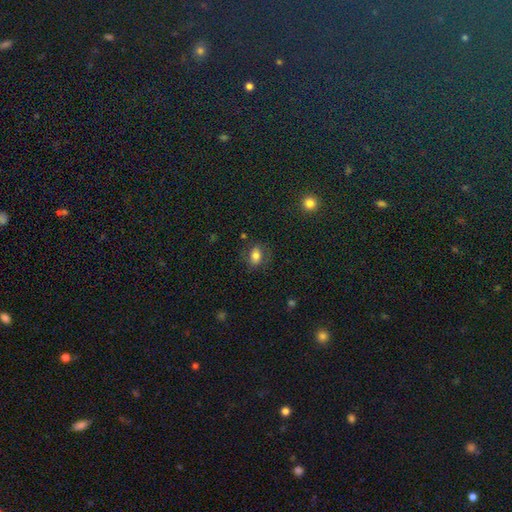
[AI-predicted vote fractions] smooth_or_featured: smooth (p=0.75) [alt: featured or disk p=0.14]
how_rounded: in between (p=0.74) [alt: round p=0.24]
merging: none (p=0.73) [alt: minor disturbance p=0.17]